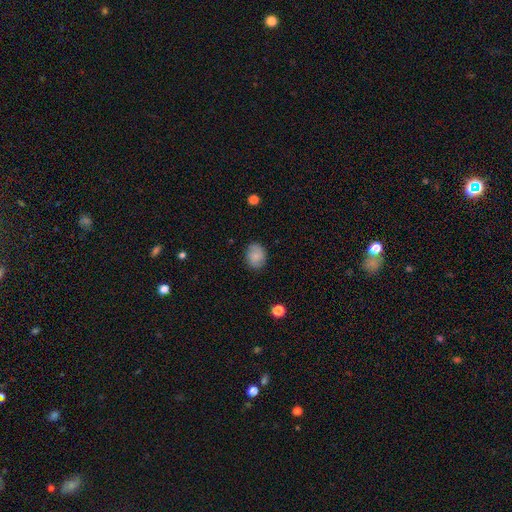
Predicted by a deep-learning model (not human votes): smooth_or_featured: smooth (p=0.78) [alt: featured or disk p=0.14]
how_rounded: in between (p=0.50) [alt: round p=0.49]
merging: none (p=0.83) [alt: minor disturbance p=0.13]